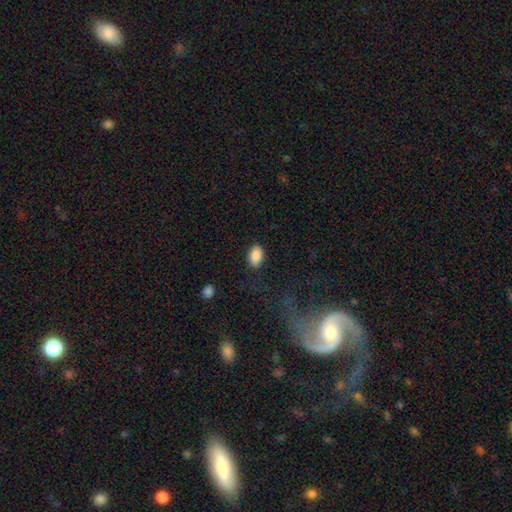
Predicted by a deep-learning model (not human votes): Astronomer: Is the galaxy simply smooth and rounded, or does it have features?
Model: smooth — 89%.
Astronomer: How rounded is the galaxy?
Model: in between — 90%.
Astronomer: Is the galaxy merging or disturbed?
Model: none — 86%.